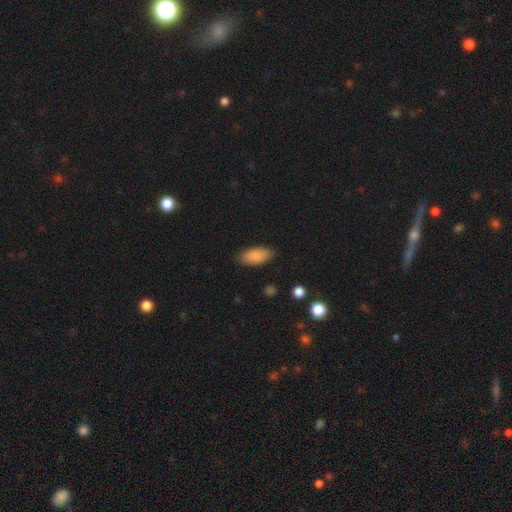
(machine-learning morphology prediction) type=smooth (88%); roundness=in between (89%); merging=none (85%).